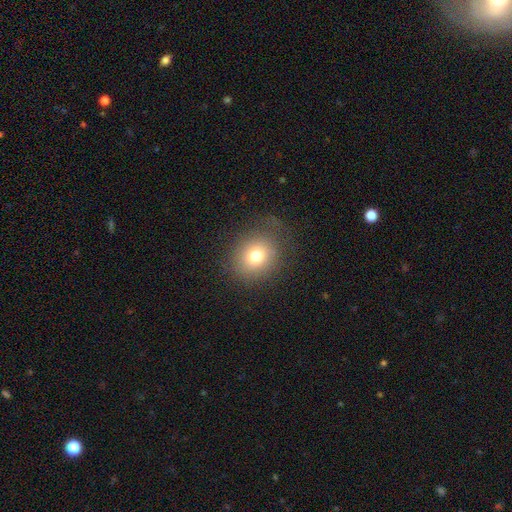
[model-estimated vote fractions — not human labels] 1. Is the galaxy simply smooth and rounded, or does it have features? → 74% smooth, 14% star or artifact, 12% featured or disk.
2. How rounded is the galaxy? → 78% round, 21% in between, 1% cigar-shaped.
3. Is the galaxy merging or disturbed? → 79% none, 13% minor disturbance, 7% major disturbance, 1% merger.